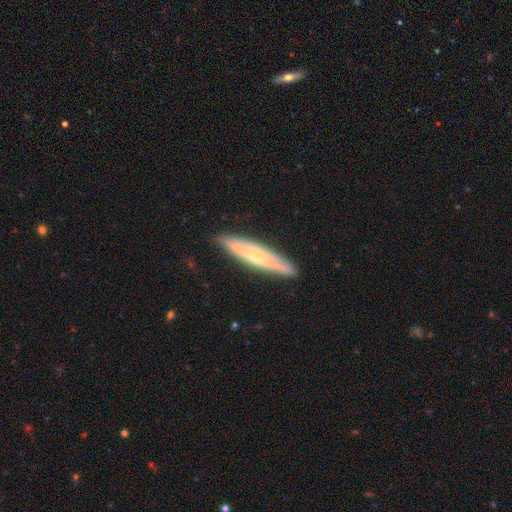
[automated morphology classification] type=featured or disk (58%); edge-on=yes (75%); merging=none (85%).